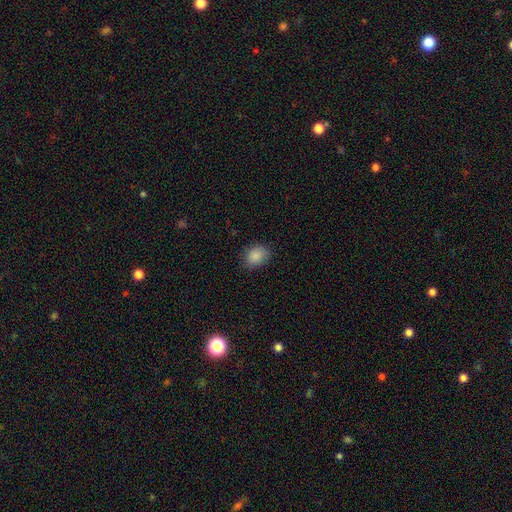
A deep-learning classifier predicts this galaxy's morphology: A smooth galaxy with no disk features (87%) that is round (52%). Merging: none (81%).